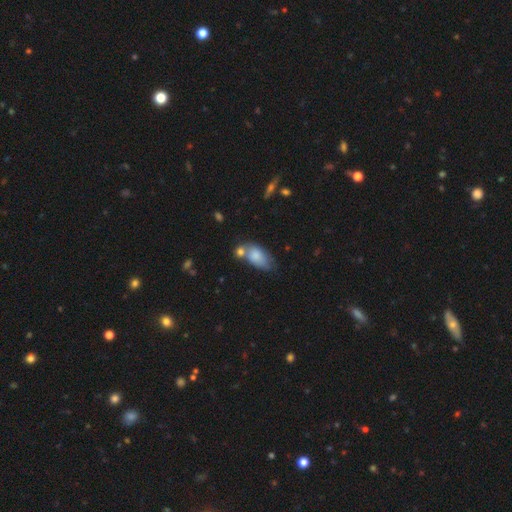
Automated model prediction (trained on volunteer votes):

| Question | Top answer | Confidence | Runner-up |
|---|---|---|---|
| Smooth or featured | smooth | 80% | featured or disk (13%) |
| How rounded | in between | 90% | round (6%) |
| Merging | none | 36% | merger (31%) |